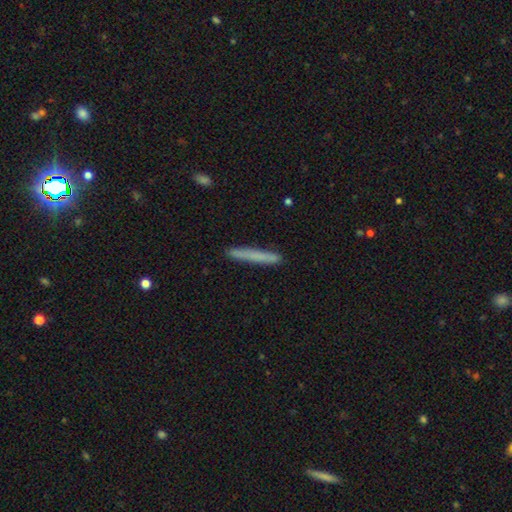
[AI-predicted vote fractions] smooth-or-featured: smooth: 71% | featured or disk: 23% | star or artifact: 6%
  how-rounded: cigar-shaped: 97% | in between: 2% | round: 1%
  merging: none: 91% | minor disturbance: 7% | major disturbance: 1% | merger: 1%